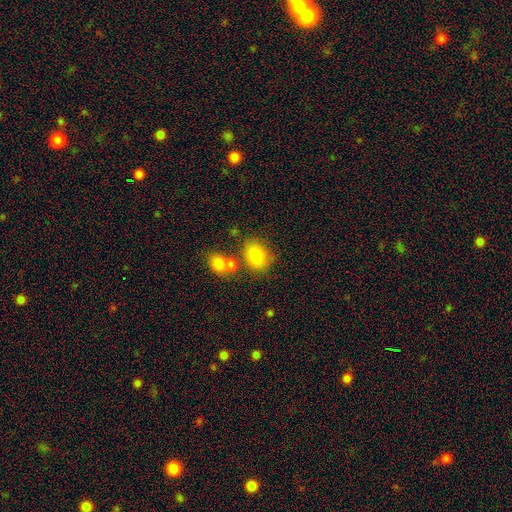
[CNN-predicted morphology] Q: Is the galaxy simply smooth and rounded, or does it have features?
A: smooth — 82%.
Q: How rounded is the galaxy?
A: in between — 50%.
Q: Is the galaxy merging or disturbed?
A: none — 60%.